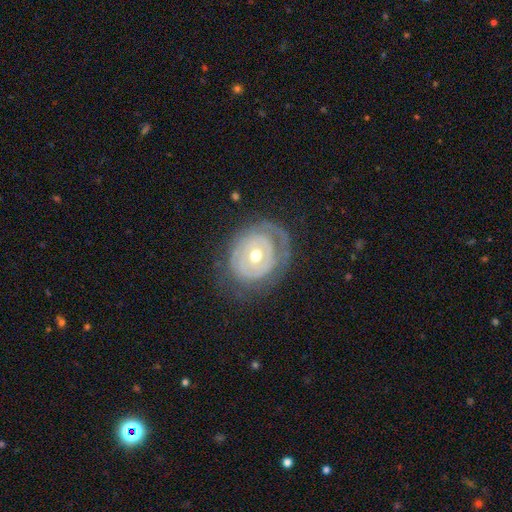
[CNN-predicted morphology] Smooth or featured? featured or disk (72%)
Edge-on disk? no (96%)
Bar? no (84%)
Spiral arms? yes (61%)
Bulge size? moderate (65%)
Merging? none (62%)